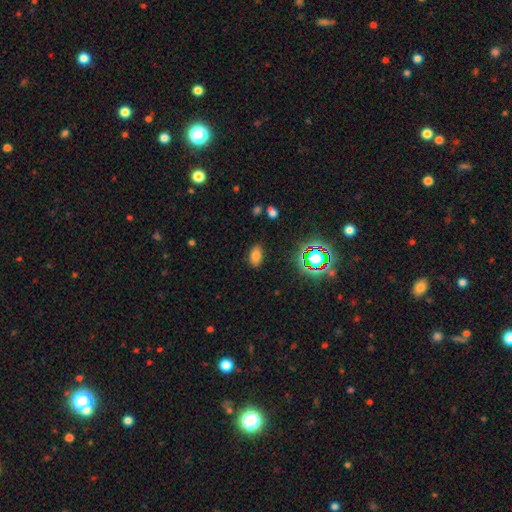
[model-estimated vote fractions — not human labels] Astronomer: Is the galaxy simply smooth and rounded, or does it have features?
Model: smooth — 74%.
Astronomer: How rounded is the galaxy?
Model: in between — 90%.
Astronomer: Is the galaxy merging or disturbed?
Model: none — 85%.